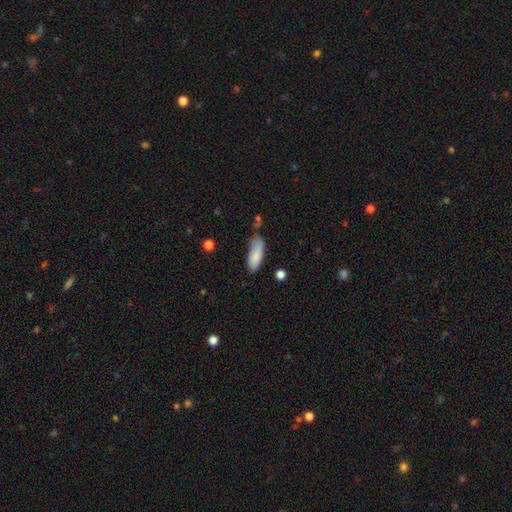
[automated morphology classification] Smooth or featured: smooth — 85% (featured or disk — 9%)
How rounded: in between — 66% (cigar-shaped — 32%)
Merging: none — 59% (minor disturbance — 30%)